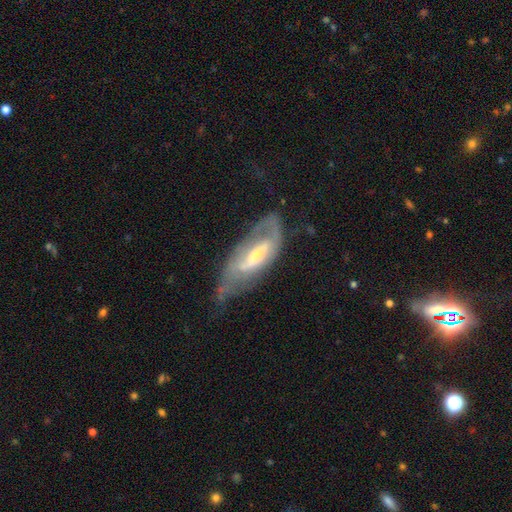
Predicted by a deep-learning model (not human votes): Morphology: type=featured or disk (71%); edge-on=no (84%); bar=weak (42%); spiral arms=yes (72%); bulge=moderate (50%); merging=none (38%).